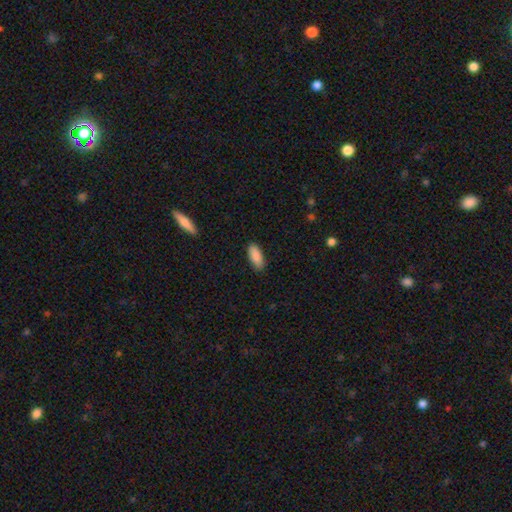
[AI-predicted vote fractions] smooth 89%, star or artifact 6%, featured or disk 4%. Down the decision tree: how rounded — in between (83%); merging — none (86%).